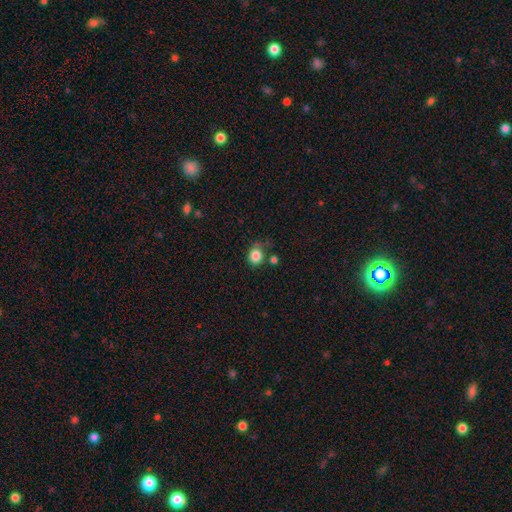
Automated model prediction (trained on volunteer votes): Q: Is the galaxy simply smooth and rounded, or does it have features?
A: smooth — 84%.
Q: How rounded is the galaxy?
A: round — 68%.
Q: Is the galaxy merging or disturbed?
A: none — 60%.